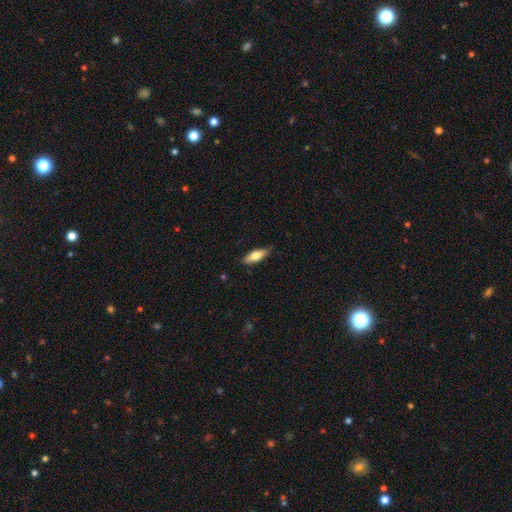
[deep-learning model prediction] smooth 64%, featured or disk 30%, star or artifact 6%. Down the decision tree: how rounded — in between (57%); merging — none (85%).